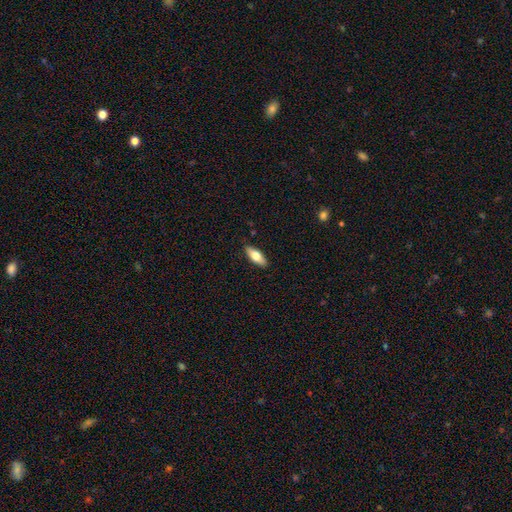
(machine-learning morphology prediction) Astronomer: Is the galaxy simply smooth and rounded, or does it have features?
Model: smooth — 69%.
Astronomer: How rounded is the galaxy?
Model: in between — 72%.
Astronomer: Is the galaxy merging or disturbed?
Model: none — 88%.